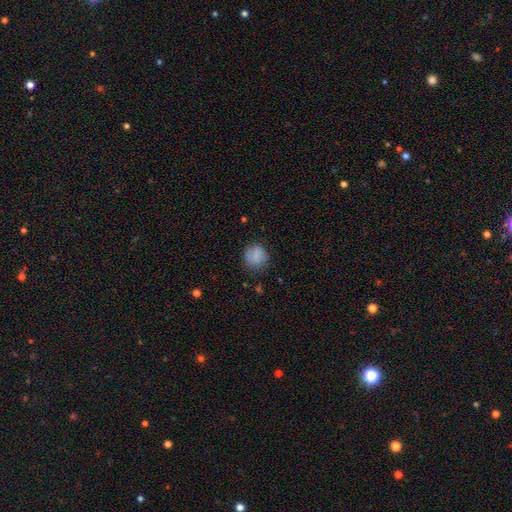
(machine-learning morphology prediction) This appears to be a smooth galaxy with no disk features (76%) that is round (84%). Merging: none (75%).